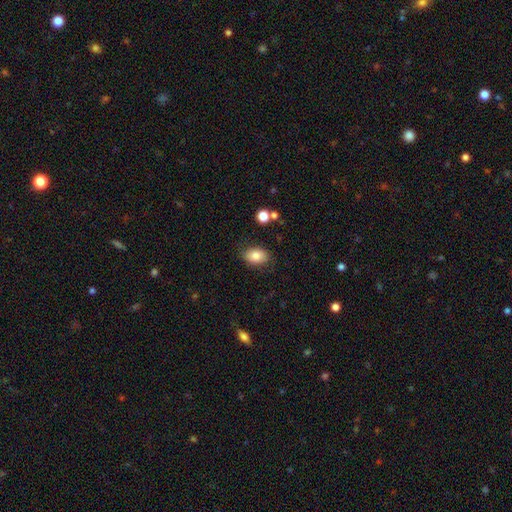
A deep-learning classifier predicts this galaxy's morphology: A smooth galaxy with no disk features (82%) that is in between round and cigar-shaped (84%). Merging: none (82%).